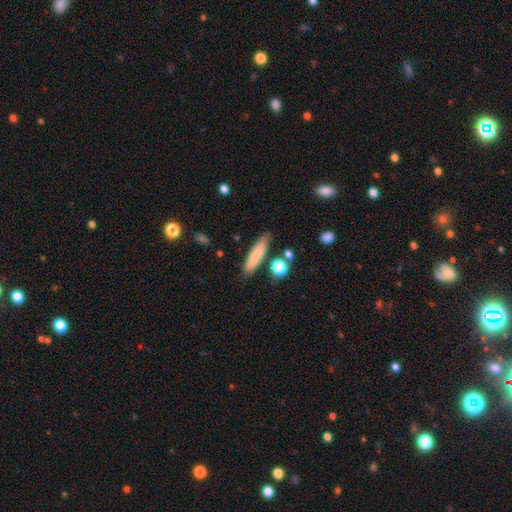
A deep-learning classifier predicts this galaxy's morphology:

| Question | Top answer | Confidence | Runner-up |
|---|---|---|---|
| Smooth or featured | smooth | 80% | featured or disk (13%) |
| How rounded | cigar-shaped | 76% | in between (22%) |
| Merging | none | 80% | minor disturbance (13%) |